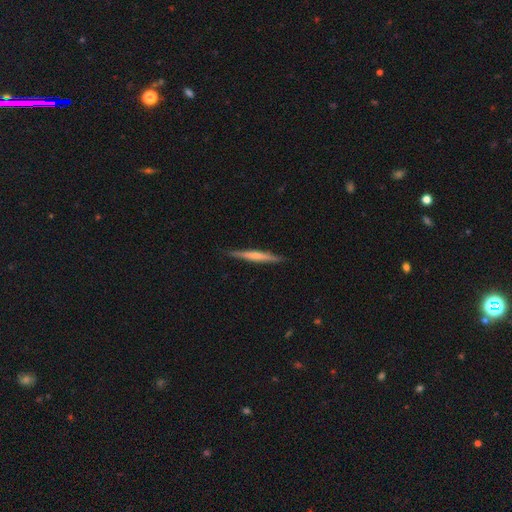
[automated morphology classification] Q: Smooth or featured?
A: smooth (49%); runner-up: featured or disk (46%)
Q: Merging?
A: none (89%); runner-up: minor disturbance (9%)